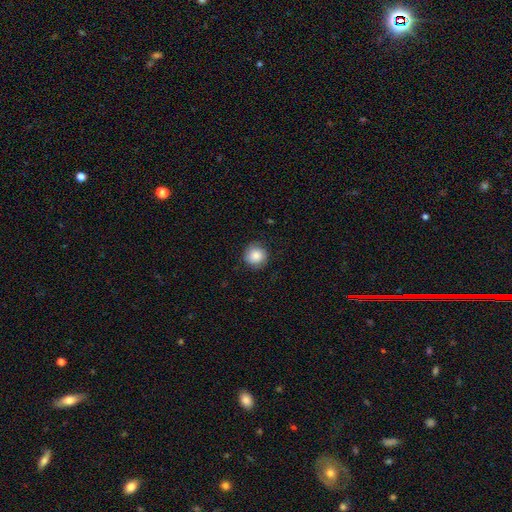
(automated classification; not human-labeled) Smooth or featured? smooth (84%)
How rounded? round (93%)
Merging? none (84%)